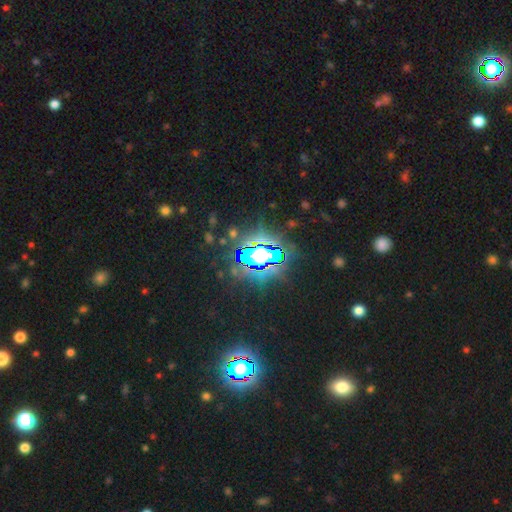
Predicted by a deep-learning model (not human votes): Smooth or featured?
  - star or artifact: 81% *
  - smooth: 11%
  - featured or disk: 8%